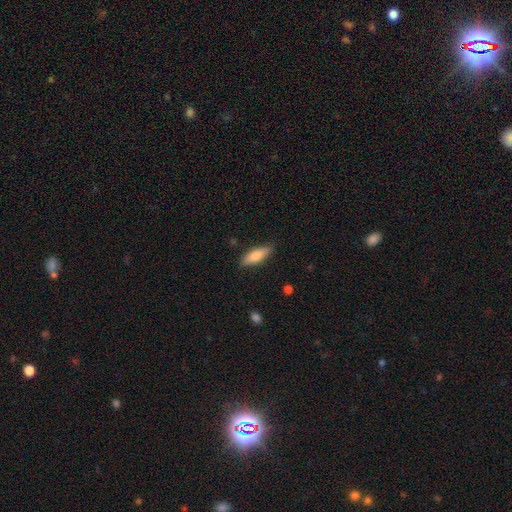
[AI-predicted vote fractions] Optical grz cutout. It shows a smooth galaxy with no disk features (79%) that is in between round and cigar-shaped (63%). Merging: none (84%).